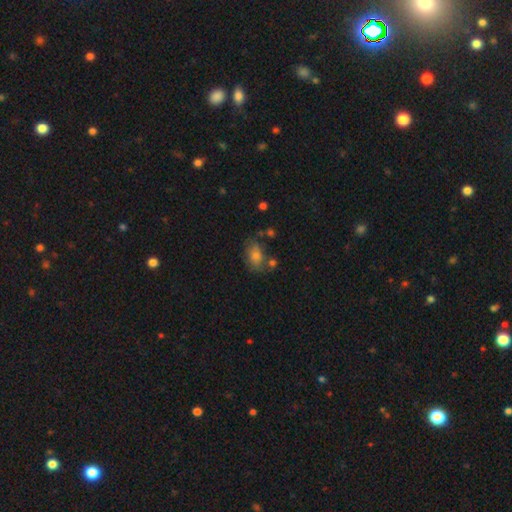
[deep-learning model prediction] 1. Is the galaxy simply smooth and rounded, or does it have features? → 74% smooth, 16% featured or disk, 10% star or artifact.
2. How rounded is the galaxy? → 83% in between, 15% round, 2% cigar-shaped.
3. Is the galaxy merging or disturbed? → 55% none, 22% minor disturbance, 13% merger, 9% major disturbance.